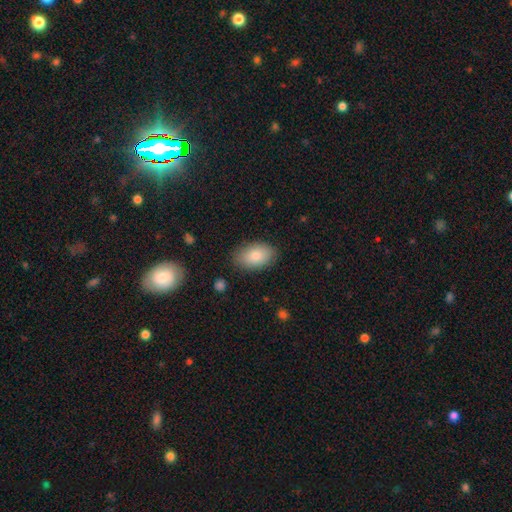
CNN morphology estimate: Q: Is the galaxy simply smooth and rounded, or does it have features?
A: smooth — 81%.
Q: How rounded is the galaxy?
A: in between — 91%.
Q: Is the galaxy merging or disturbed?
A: none — 83%.